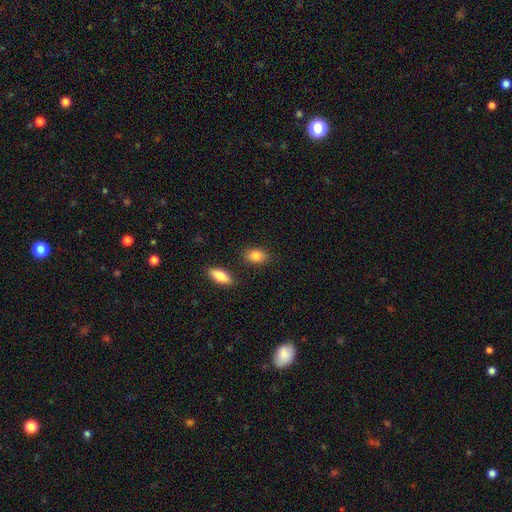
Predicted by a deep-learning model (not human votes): Smooth or featured? smooth (86%)
How rounded? in between (84%)
Merging? none (83%)